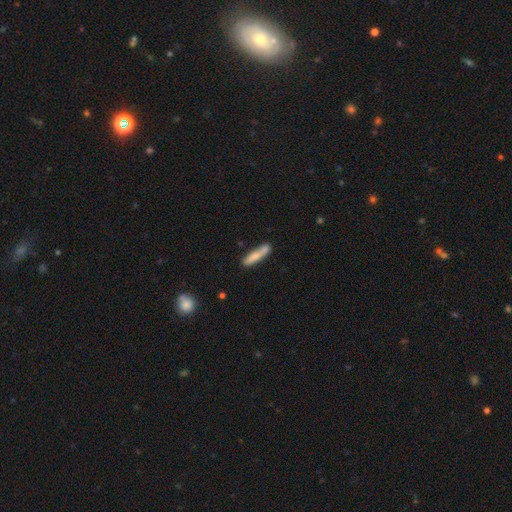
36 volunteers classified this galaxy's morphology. This is likely a smooth galaxy (75%). How rounded: clearly cigar-shaped (96%). Merging: likely none (78%).